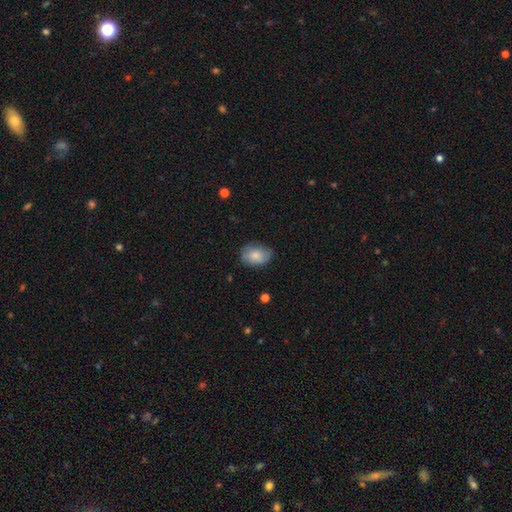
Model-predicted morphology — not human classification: Smooth or featured?
  - smooth: 76% *
  - featured or disk: 17%
  - star or artifact: 7%
How rounded?
  - in between: 76% *
  - round: 23%
  - cigar-shaped: 1%
Merging?
  - none: 70% *
  - minor disturbance: 24%
  - major disturbance: 5%
  - merger: 1%